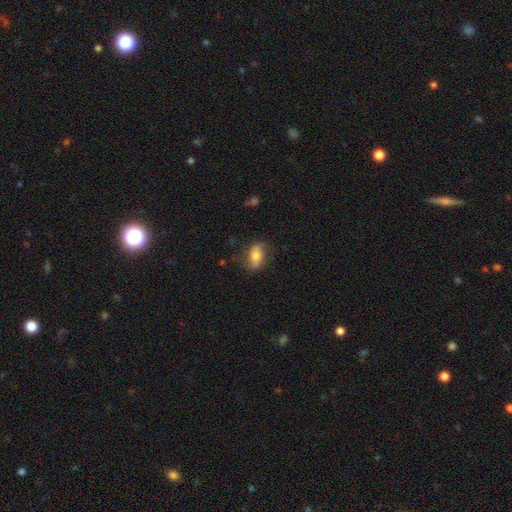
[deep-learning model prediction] Smooth or featured? Predicted: smooth (p=0.61). How rounded? Predicted: in between (p=0.84). Merging? Predicted: none (p=0.68).